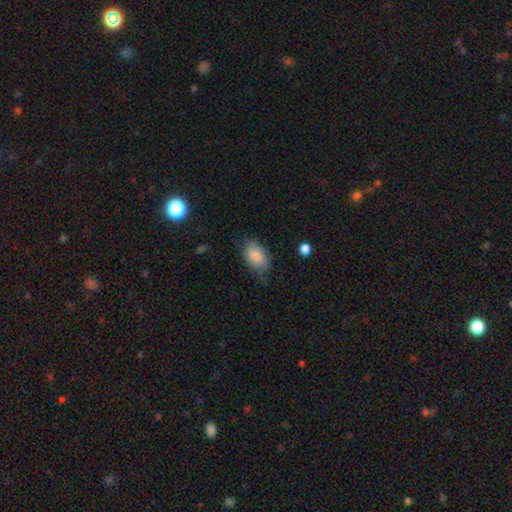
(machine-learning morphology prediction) A smooth galaxy with no disk features (82%) that is in between round and cigar-shaped (89%). Merging: none (65%).